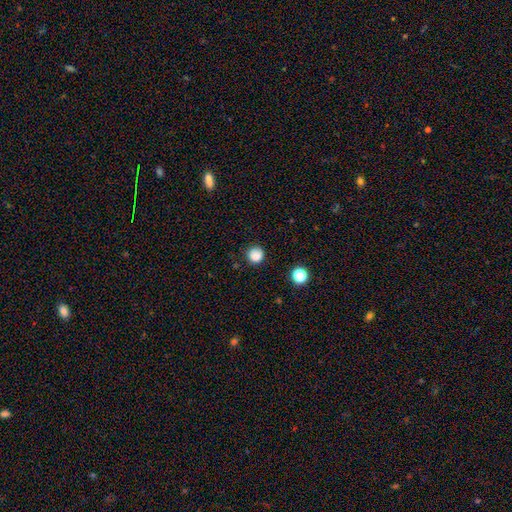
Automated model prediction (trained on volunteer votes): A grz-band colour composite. It shows a smooth galaxy with no disk features (83%) that is round (91%). Merging: none (82%).